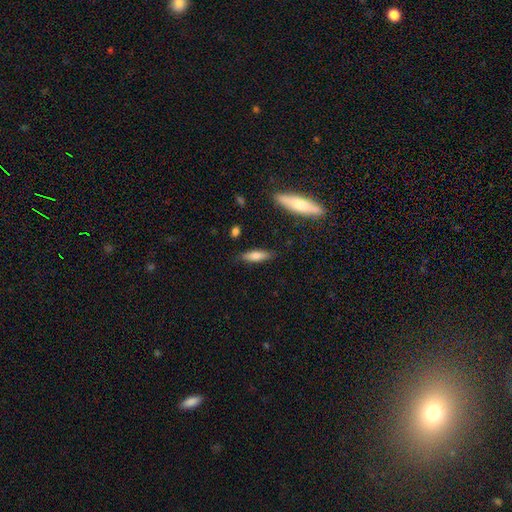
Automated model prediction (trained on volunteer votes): A smooth galaxy with no disk features (73%) that is cigar-shaped (59%).

Vote fractions:
- Smooth or featured? smooth: 73% / featured or disk: 20% / star or artifact: 7%
- How rounded? cigar-shaped: 59% / in between: 39% / round: 2%
- Merging? none: 84% / minor disturbance: 12% / major disturbance: 3% / merger: 2%